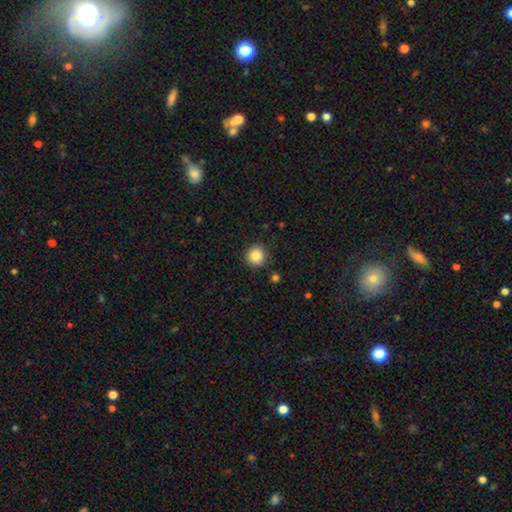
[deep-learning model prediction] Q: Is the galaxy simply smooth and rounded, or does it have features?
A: smooth — 86%.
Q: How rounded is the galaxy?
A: round — 94%.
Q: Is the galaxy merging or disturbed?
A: none — 90%.